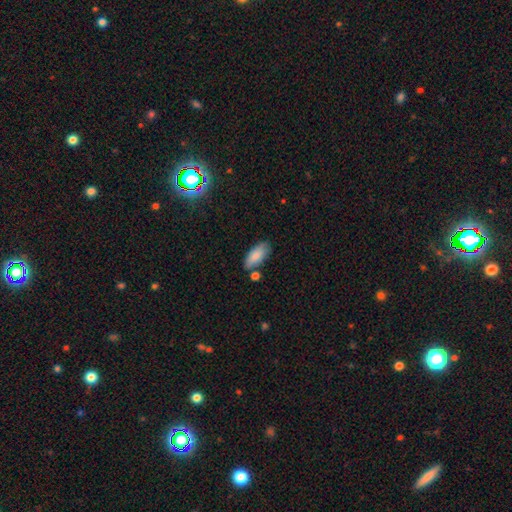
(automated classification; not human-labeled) Q: Smooth or featured?
A: smooth (85%); runner-up: featured or disk (9%)
Q: How rounded?
A: in between (86%); runner-up: cigar-shaped (12%)
Q: Merging?
A: none (71%); runner-up: minor disturbance (17%)